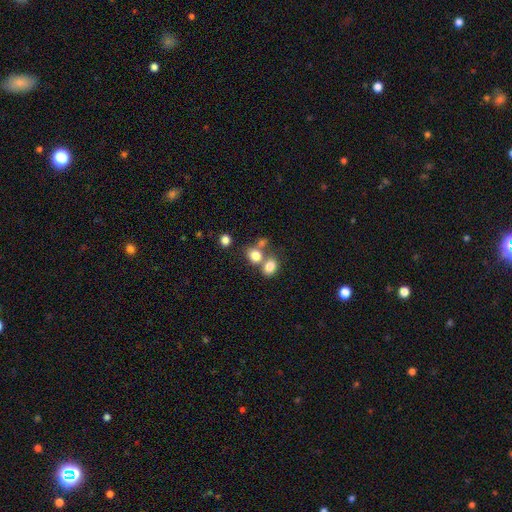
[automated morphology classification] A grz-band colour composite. It shows a smooth galaxy with no disk features (78%) that is round (54%). Merging: none (43%, tied with merger).